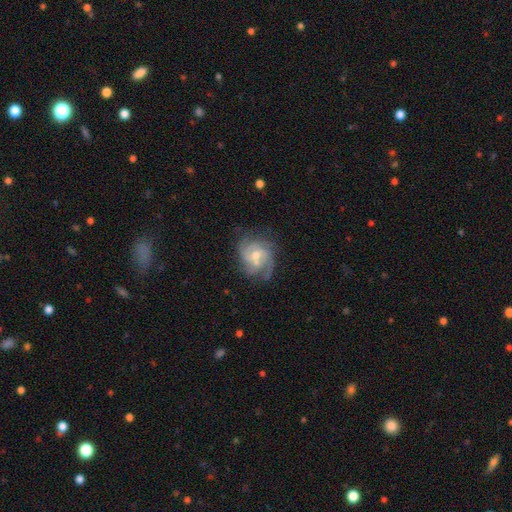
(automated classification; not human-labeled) Smooth or featured: featured or disk — 78% (smooth — 15%)
Edge-on disk: no — 98% (yes — 2%)
Bar: no — 57% (weak — 37%)
Spiral arms: yes — 90% (no — 10%)
Spiral winding: tight — 49% (medium — 39%)
Spiral arm count: 2 — 29% (3 — 28%)
Bulge size: moderate — 61% (small — 33%)
Merging: none — 57% (minor disturbance — 22%)